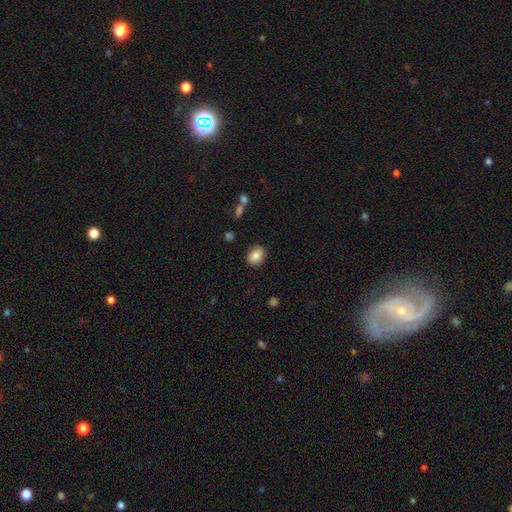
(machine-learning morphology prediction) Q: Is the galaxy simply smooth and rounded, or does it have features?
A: smooth — 84%.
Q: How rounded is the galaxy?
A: in between — 64%.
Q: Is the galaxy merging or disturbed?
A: none — 87%.